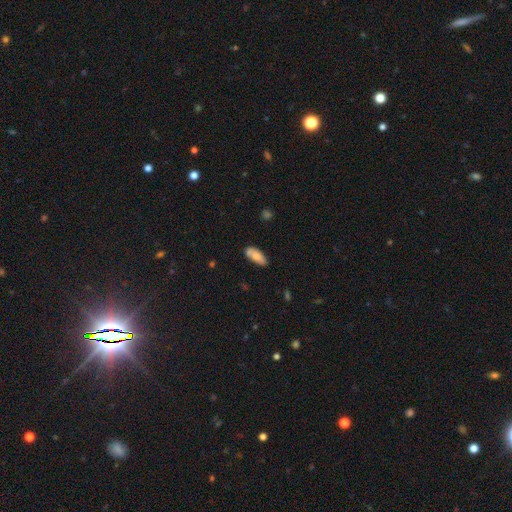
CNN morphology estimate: This is likely a smooth galaxy (76%). How rounded: clearly in between (81%). Merging: likely none (64%).